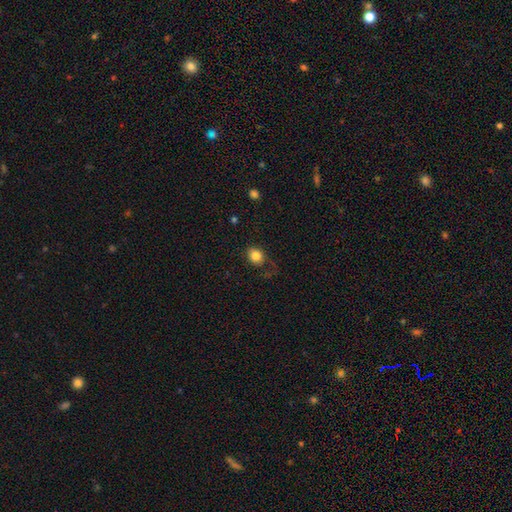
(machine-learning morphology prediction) A smooth galaxy with no disk features (83%) that is round (62%).

Vote fractions:
- Smooth or featured? smooth: 83% / star or artifact: 9% / featured or disk: 8%
- How rounded? round: 62% / in between: 37% / cigar-shaped: 1%
- Merging? none: 60% / minor disturbance: 20% / major disturbance: 18% / merger: 2%